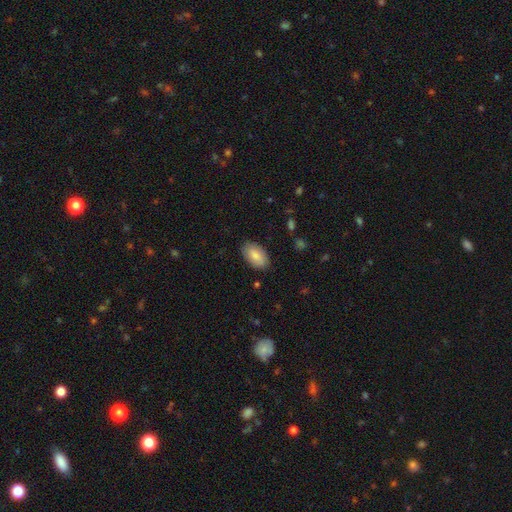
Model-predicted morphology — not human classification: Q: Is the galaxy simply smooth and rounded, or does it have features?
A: smooth — 84%.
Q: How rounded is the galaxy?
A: in between — 94%.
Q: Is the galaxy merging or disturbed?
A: none — 86%.